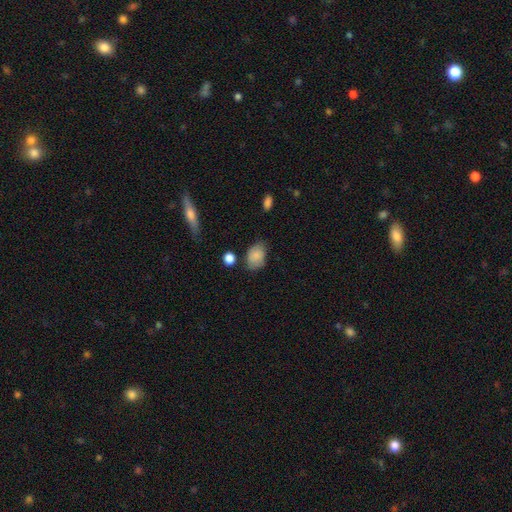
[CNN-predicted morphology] This is clearly a smooth galaxy (83%). How rounded: clearly in between (82%). Merging: likely none (71%).